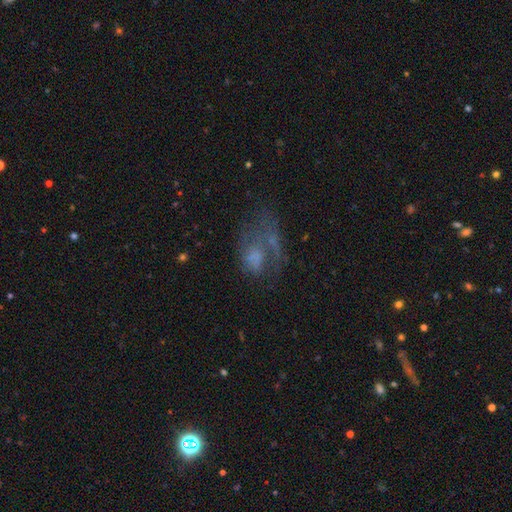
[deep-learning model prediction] This is possibly a featured or disk galaxy (48%). Merging: possibly major disturbance (47%).